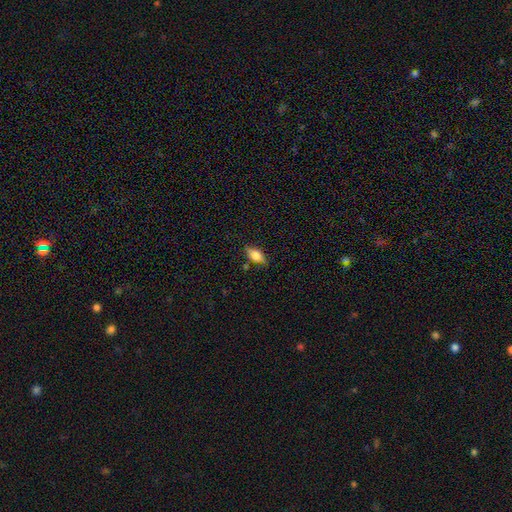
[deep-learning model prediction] smooth_or_featured: smooth (p=0.69) [alt: featured or disk p=0.23]
how_rounded: in between (p=0.82) [alt: cigar-shaped p=0.13]
merging: none (p=0.76) [alt: minor disturbance p=0.18]